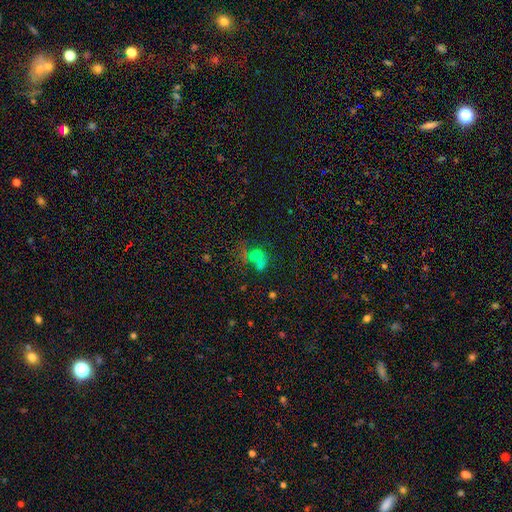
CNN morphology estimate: smooth_or_featured: smooth (p=0.42) [alt: star or artifact p=0.31]
merging: merger (p=0.38) [alt: none p=0.27]